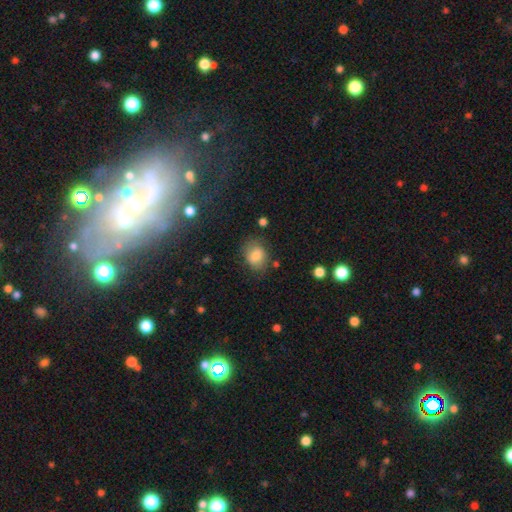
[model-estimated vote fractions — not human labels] This is likely a smooth galaxy (78%). How rounded: possibly in between (56%). Merging: likely none (68%).